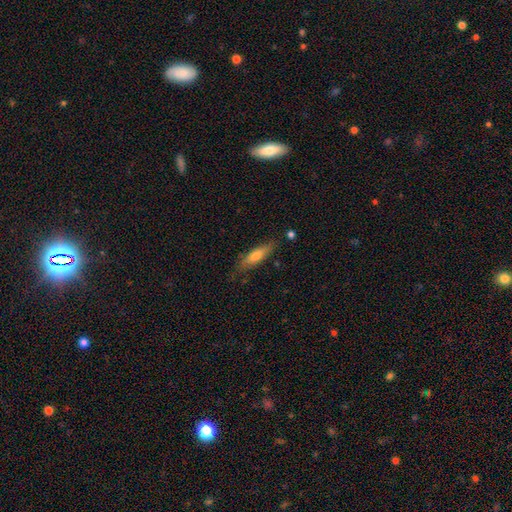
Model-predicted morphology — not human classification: This appears to be a smooth galaxy with no disk features (61%) that is cigar-shaped (69%). Merging: none (78%).